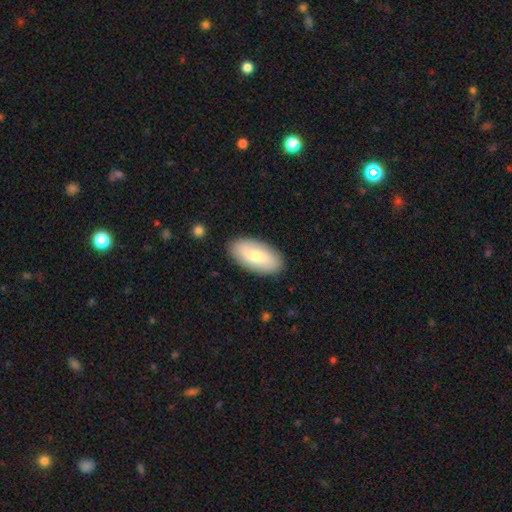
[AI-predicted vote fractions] Morphology: type=smooth (65%); roundness=in between (93%); merging=none (88%).